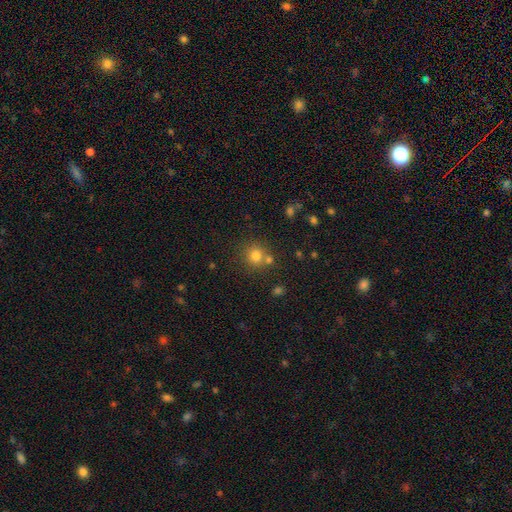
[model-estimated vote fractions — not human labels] A smooth galaxy with no disk features (77%) that is round (87%). Merging: none (66%).